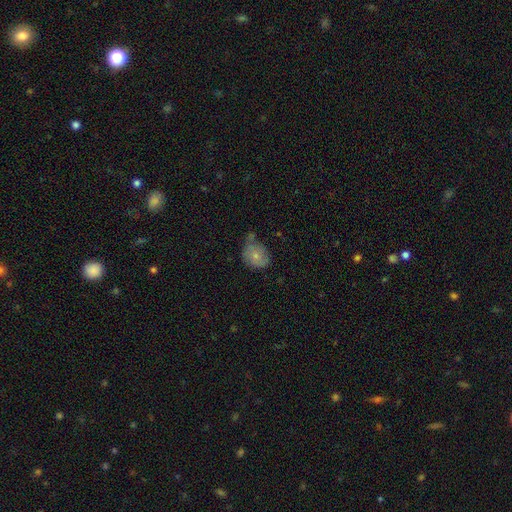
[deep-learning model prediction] Q: Smooth or featured?
A: smooth (69%); runner-up: featured or disk (23%)
Q: How rounded?
A: round (59%); runner-up: in between (40%)
Q: Merging?
A: none (45%); runner-up: minor disturbance (32%)